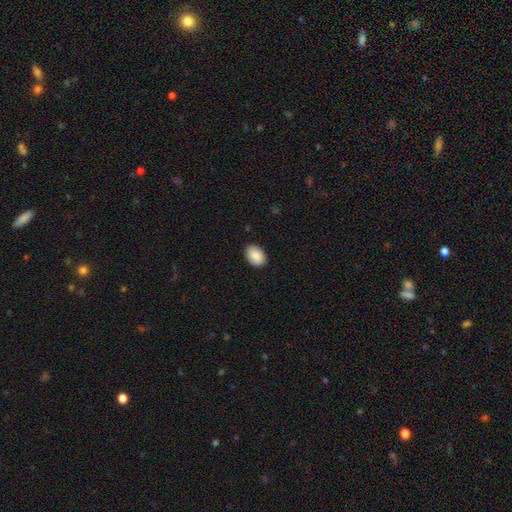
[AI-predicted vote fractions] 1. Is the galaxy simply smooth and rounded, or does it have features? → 90% smooth, 7% star or artifact, 4% featured or disk.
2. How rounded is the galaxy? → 83% in between, 16% round, 1% cigar-shaped.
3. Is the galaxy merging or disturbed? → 86% none, 11% minor disturbance, 2% major disturbance, 1% merger.